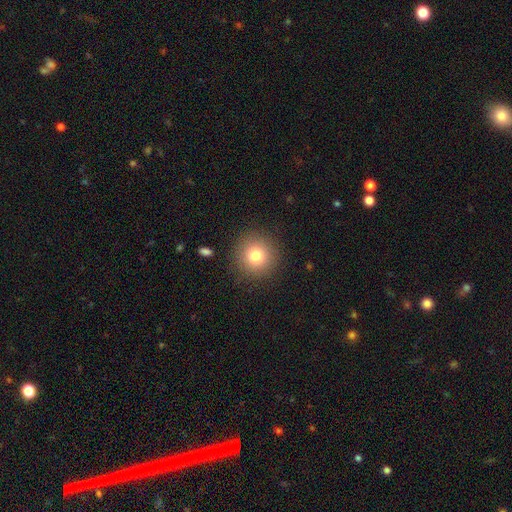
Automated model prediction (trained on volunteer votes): Q: Smooth or featured?
A: smooth (78%); runner-up: star or artifact (12%)
Q: How rounded?
A: round (94%); runner-up: in between (5%)
Q: Merging?
A: none (90%); runner-up: minor disturbance (6%)